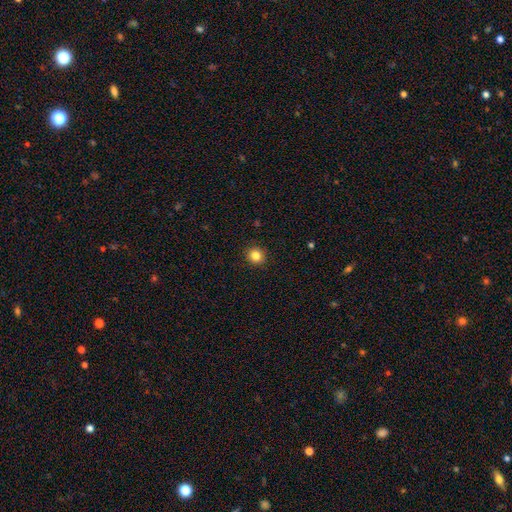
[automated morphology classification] A smooth galaxy with no disk features (83%) that is round (91%). Merging: none (92%).